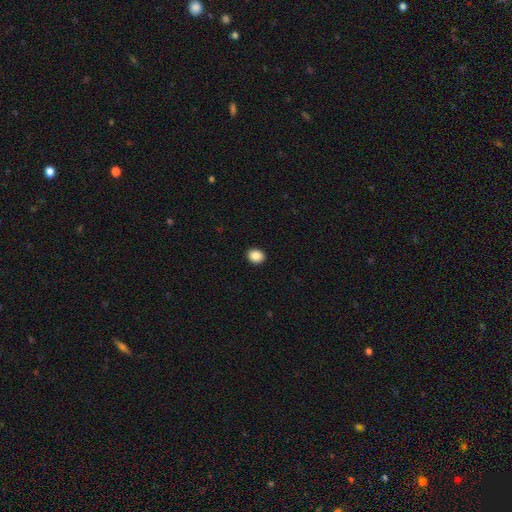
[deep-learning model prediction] This is clearly a smooth galaxy (88%). How rounded: possibly round (59%). Merging: clearly none (92%).